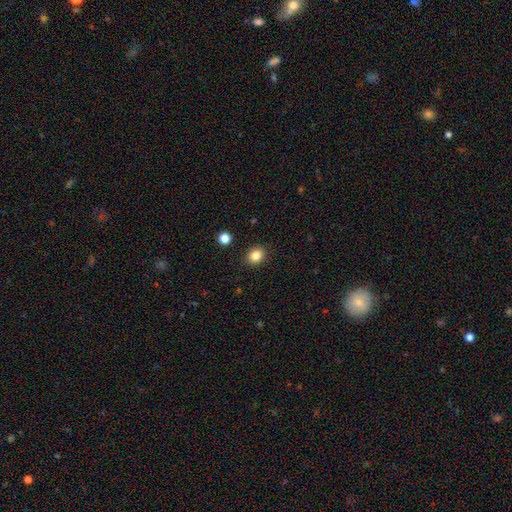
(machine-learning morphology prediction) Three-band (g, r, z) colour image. It shows a smooth galaxy with no disk features (84%) that is round (62%). Merging: none (90%).